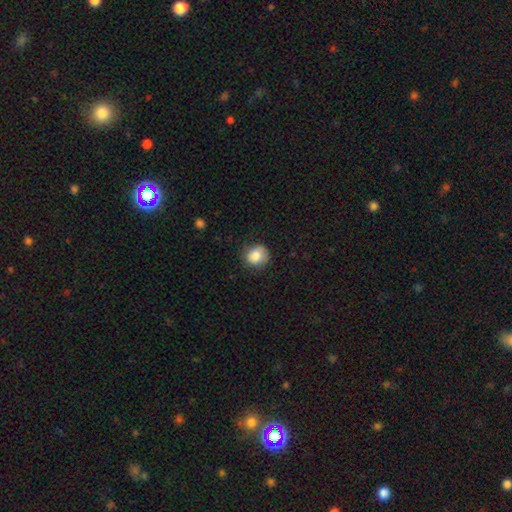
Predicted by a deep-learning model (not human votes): smooth-or-featured: smooth: 84% | star or artifact: 8% | featured or disk: 7%
  how-rounded: round: 74% | in between: 25% | cigar-shaped: 1%
  merging: none: 72% | minor disturbance: 21% | major disturbance: 5% | merger: 1%